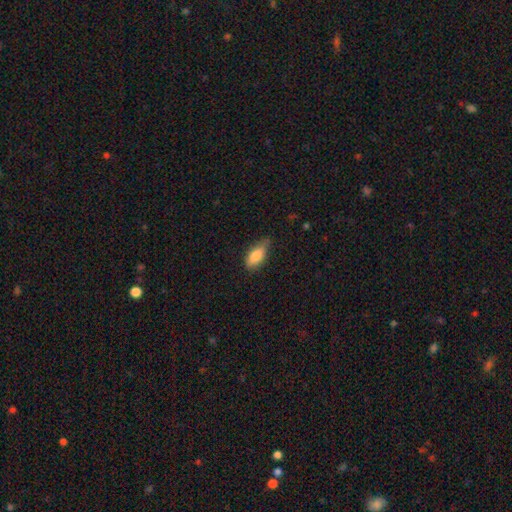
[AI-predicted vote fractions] smooth-or-featured: smooth: 82% | featured or disk: 11% | star or artifact: 7%
  how-rounded: in between: 85% | cigar-shaped: 12% | round: 3%
  merging: none: 58% | minor disturbance: 35% | major disturbance: 6% | merger: 2%